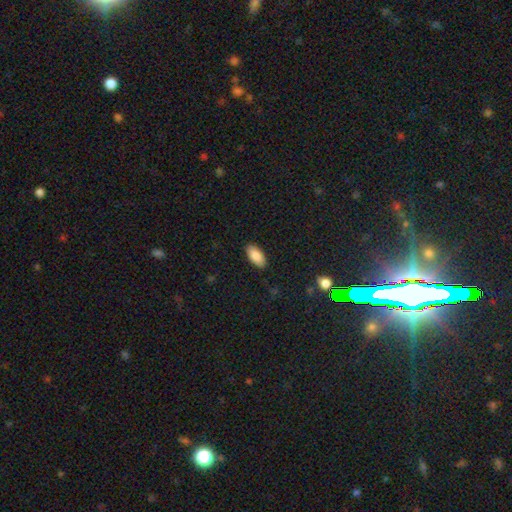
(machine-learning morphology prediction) Overall: smooth (87%). How rounded: in between (93%). Merging: none (89%).